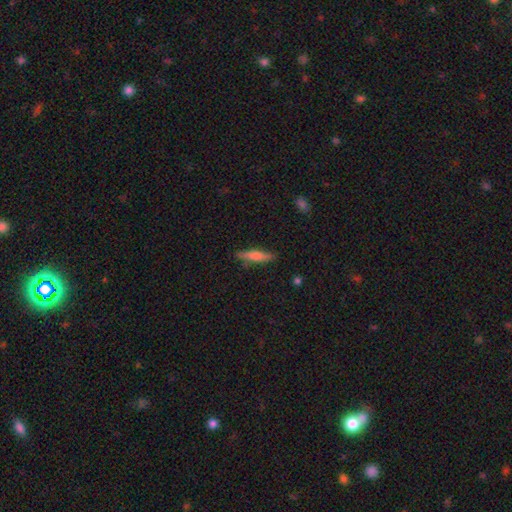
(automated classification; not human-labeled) smooth-or-featured: smooth: 60% | featured or disk: 33% | star or artifact: 6%
  how-rounded: cigar-shaped: 86% | in between: 12% | round: 2%
  merging: none: 87% | minor disturbance: 10% | major disturbance: 2% | merger: 1%